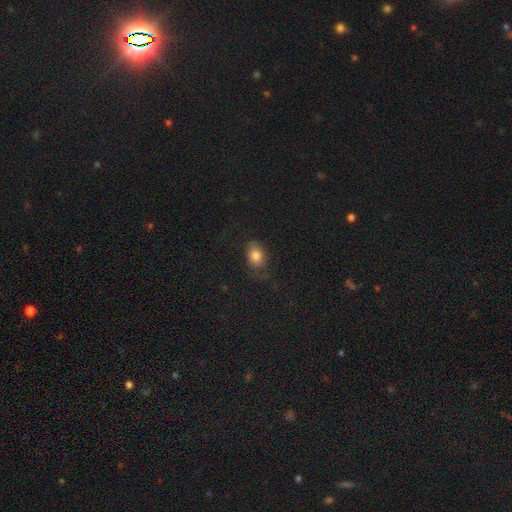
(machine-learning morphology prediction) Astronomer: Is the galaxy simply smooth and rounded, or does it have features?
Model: smooth — 80%.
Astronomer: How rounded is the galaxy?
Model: in between — 76%.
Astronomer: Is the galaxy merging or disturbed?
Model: none — 62%.